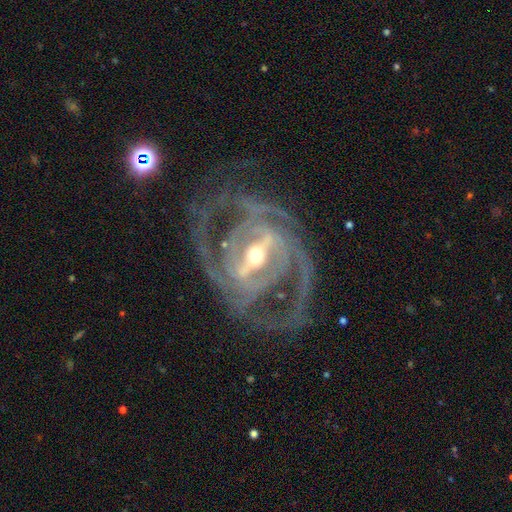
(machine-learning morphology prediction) A featured or disk galaxy (93%) with a strong bar (73%), 2 (46%) tight (45%) spiral arms (97%) and a moderate central bulge (52%). Merging: none (68%).